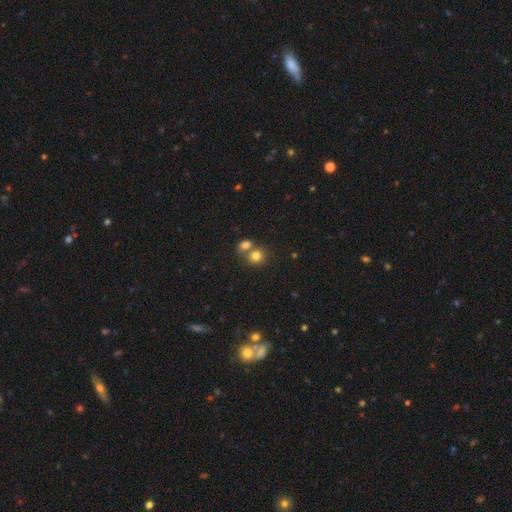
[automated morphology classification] Smooth or featured?
  - smooth: 79% *
  - star or artifact: 12%
  - featured or disk: 9%
How rounded?
  - round: 75% *
  - in between: 24%
  - cigar-shaped: 1%
Merging?
  - merger: 50% *
  - none: 40%
  - minor disturbance: 7%
  - major disturbance: 3%